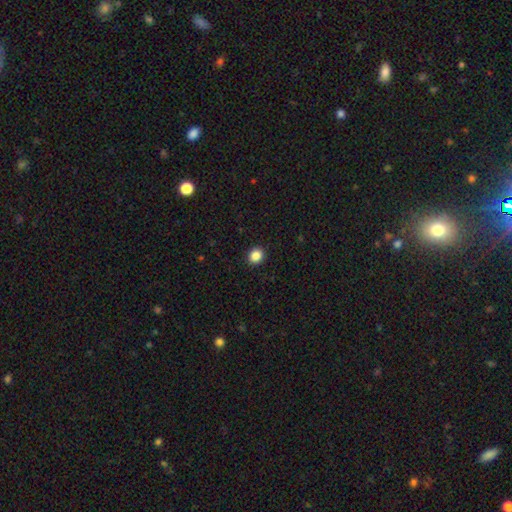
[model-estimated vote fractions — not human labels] Smooth or featured?
  - smooth: 87% *
  - star or artifact: 10%
  - featured or disk: 3%
How rounded?
  - round: 77% *
  - in between: 22%
  - cigar-shaped: 1%
Merging?
  - none: 92% *
  - minor disturbance: 5%
  - major disturbance: 2%
  - merger: 1%